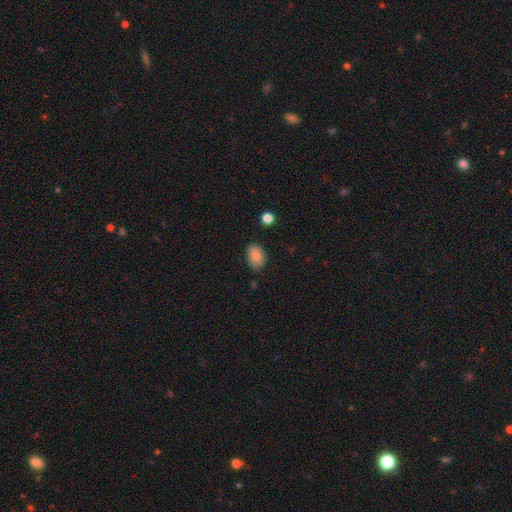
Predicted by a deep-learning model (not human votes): The model was most divided on "merging": none: 80%, minor disturbance: 15%, major disturbance: 3%, merger: 2%. More confident: smooth or featured — smooth (86%); how rounded — in between (83%).